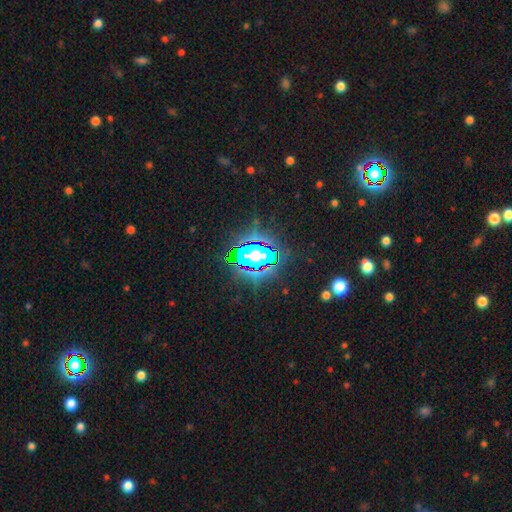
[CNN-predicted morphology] This appears to be a star or artifact, not a galaxy (84%).